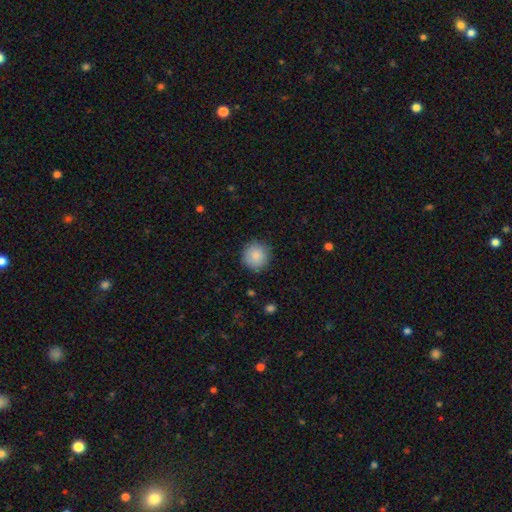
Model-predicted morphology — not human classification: type=smooth (87%); roundness=round (93%); merging=none (87%).